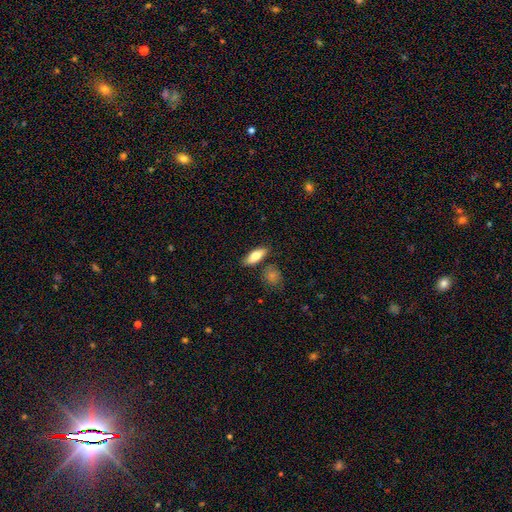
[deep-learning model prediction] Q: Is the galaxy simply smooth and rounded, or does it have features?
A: smooth — 75%.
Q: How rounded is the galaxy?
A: in between — 71%.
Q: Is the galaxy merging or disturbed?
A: none — 79%.